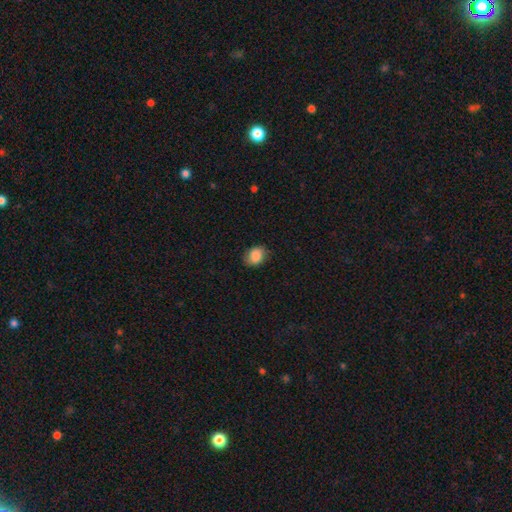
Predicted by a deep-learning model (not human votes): Overall: smooth (85%). How rounded: in between (57%; round 42%). Merging: none (79%).